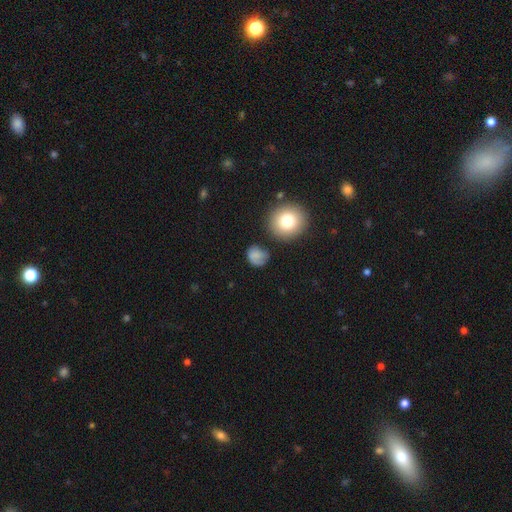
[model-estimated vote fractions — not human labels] Q: Smooth or featured?
A: smooth (73%); runner-up: featured or disk (16%)
Q: How rounded?
A: round (67%); runner-up: in between (32%)
Q: Merging?
A: none (59%); runner-up: minor disturbance (25%)